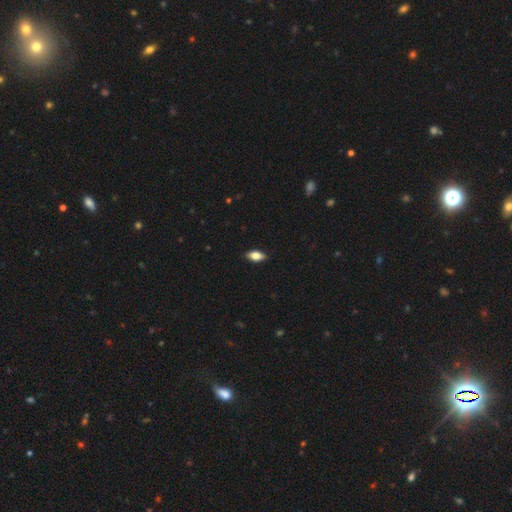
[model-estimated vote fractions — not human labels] Overall: smooth (78%). How rounded: in between (88%). Merging: none (89%).